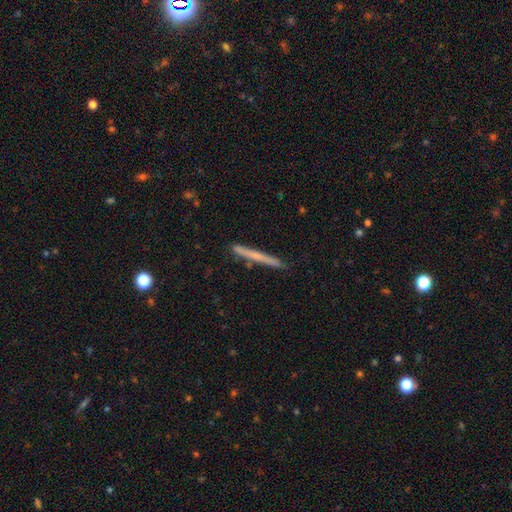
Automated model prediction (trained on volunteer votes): A smooth galaxy with no disk features (52%) that is cigar-shaped (97%).

Vote fractions:
- Smooth or featured? smooth: 52% / featured or disk: 42% / star or artifact: 6%
- How rounded? cigar-shaped: 97% / in between: 2% / round: 1%
- Merging? none: 89% / minor disturbance: 8% / merger: 2% / major disturbance: 2%